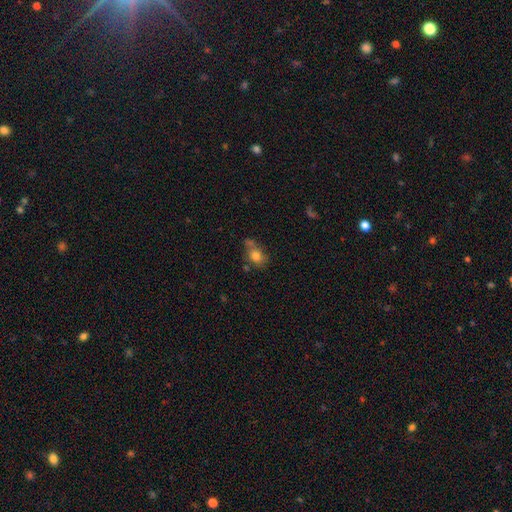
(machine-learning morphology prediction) type=smooth (77%); roundness=in between (61%); merging=none (46%).